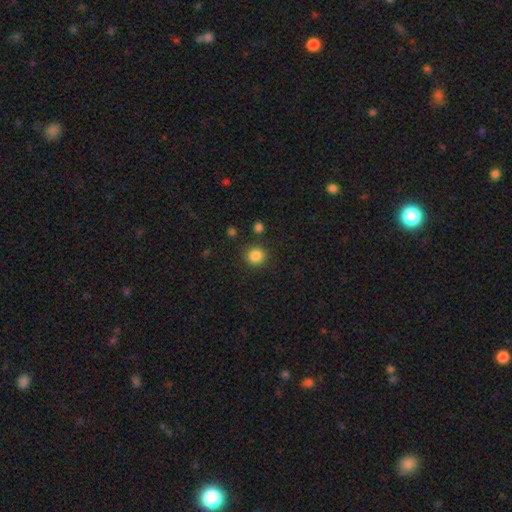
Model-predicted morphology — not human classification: smooth_or_featured: smooth (p=0.85) [alt: star or artifact p=0.11]
how_rounded: round (p=0.92) [alt: in between p=0.08]
merging: none (p=0.87) [alt: minor disturbance p=0.07]